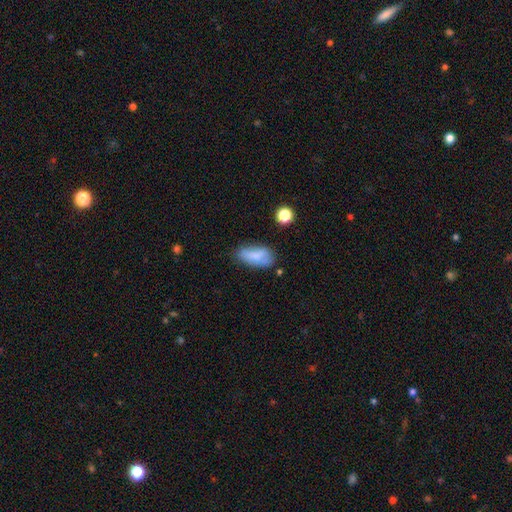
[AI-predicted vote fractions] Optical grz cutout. It shows a smooth galaxy with no disk features (75%) that is in between round and cigar-shaped (87%). Merging: none (54%).